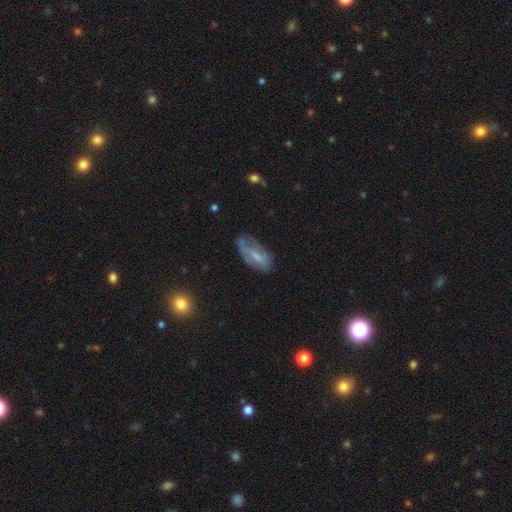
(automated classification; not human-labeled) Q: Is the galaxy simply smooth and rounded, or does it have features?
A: featured or disk — 47%.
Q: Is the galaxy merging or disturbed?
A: none — 56%.